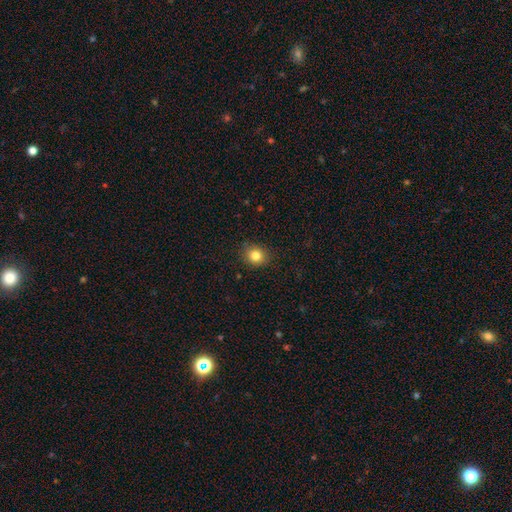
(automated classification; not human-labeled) Smooth or featured? smooth (82%)
How rounded? round (75%)
Merging? none (89%)